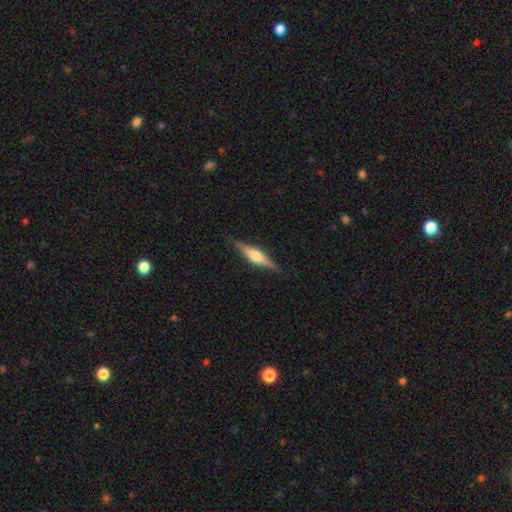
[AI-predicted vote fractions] Smooth or featured: featured or disk — 68% (smooth — 26%)
Edge-on disk: yes — 97% (no — 3%)
Edge-on bulge: rounded — 81% (boxy — 15%)
Merging: none — 87% (minor disturbance — 9%)